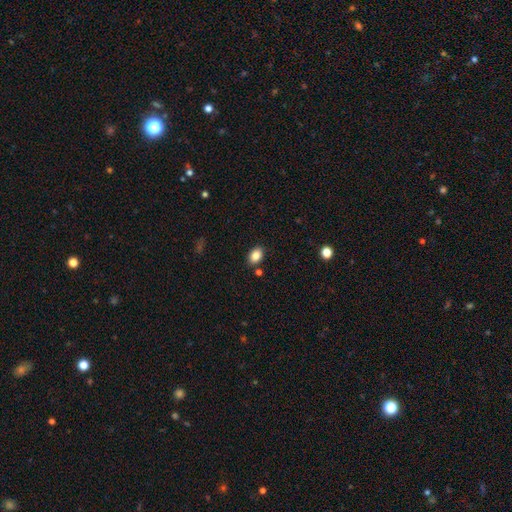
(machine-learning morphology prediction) smooth 86%, star or artifact 9%, featured or disk 5%. Down the decision tree: how rounded — in between (81%); merging — none (84%).